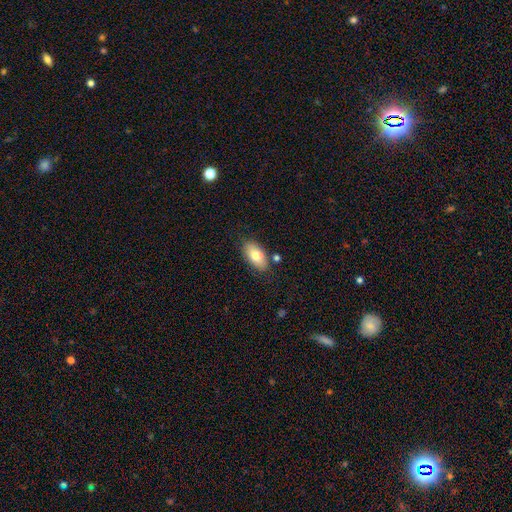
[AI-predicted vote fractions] Smooth or featured: smooth — 77% (featured or disk — 16%)
How rounded: in between — 92% (round — 4%)
Merging: none — 78% (minor disturbance — 13%)